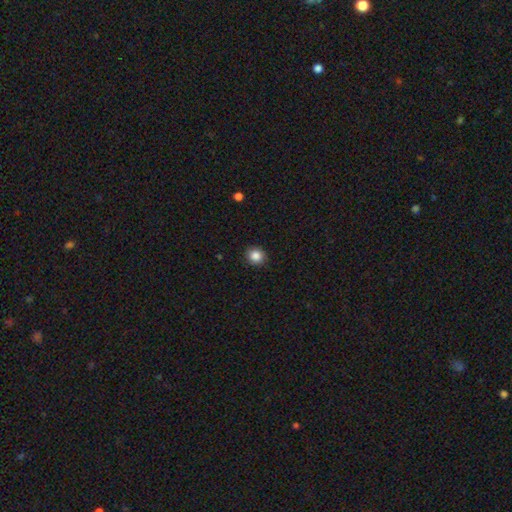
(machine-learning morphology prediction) Smooth or featured? Predicted: smooth (p=0.86). How rounded? Predicted: round (p=0.83). Merging? Predicted: none (p=0.91).